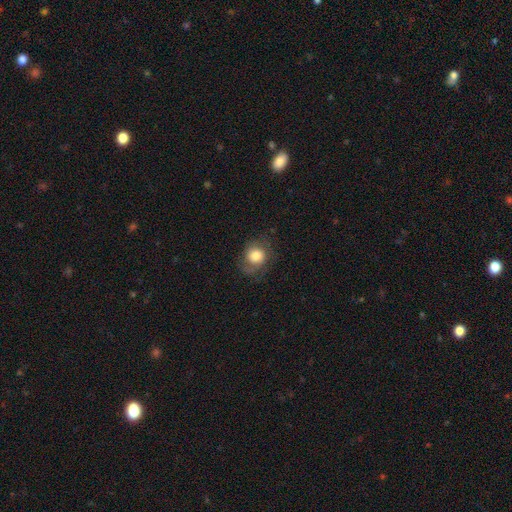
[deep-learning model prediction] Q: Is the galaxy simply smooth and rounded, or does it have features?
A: smooth — 66%.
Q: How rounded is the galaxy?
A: round — 72%.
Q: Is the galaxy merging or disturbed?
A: none — 64%.